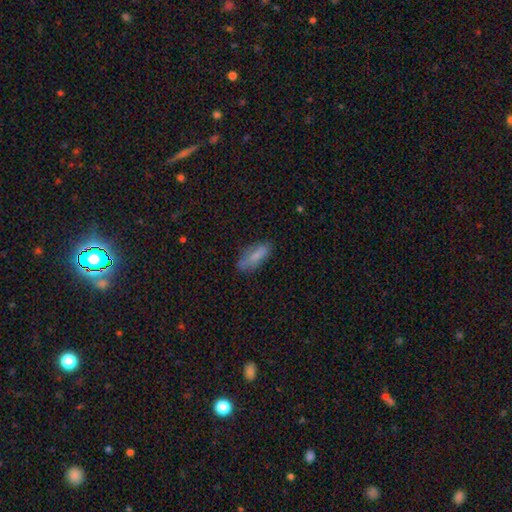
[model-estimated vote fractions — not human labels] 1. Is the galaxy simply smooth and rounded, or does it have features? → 75% smooth, 17% featured or disk, 8% star or artifact.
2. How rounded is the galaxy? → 59% in between, 39% cigar-shaped, 2% round.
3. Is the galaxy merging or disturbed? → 69% none, 22% minor disturbance, 6% major disturbance, 2% merger.